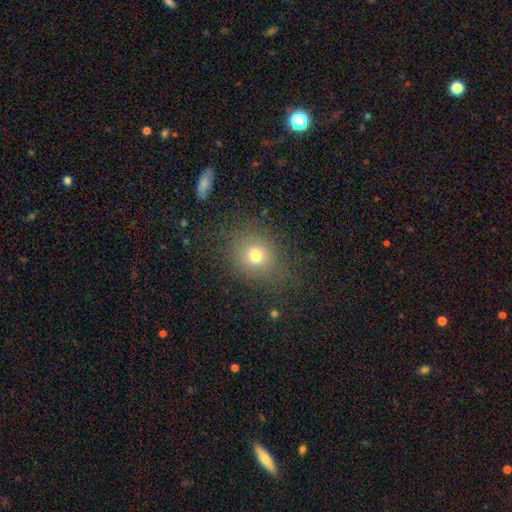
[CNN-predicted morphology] A smooth galaxy with no disk features (72%) that is round (75%).

Vote fractions:
- Smooth or featured? smooth: 72% / star or artifact: 17% / featured or disk: 11%
- How rounded? round: 75% / in between: 24% / cigar-shaped: 1%
- Merging? none: 79% / minor disturbance: 12% / major disturbance: 7% / merger: 2%